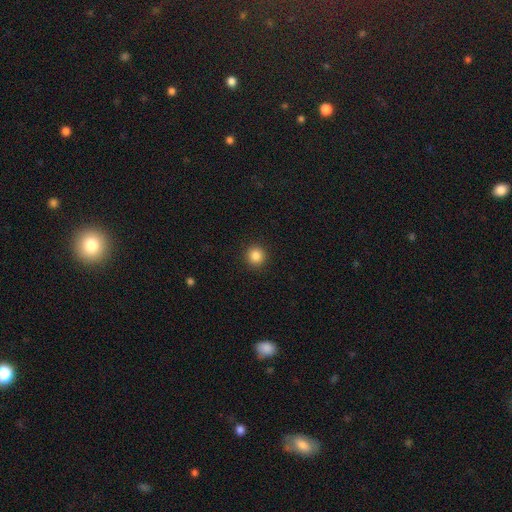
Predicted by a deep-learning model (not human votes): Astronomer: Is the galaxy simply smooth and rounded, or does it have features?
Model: smooth — 86%.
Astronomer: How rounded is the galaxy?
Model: round — 94%.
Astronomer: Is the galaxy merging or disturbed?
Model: none — 93%.